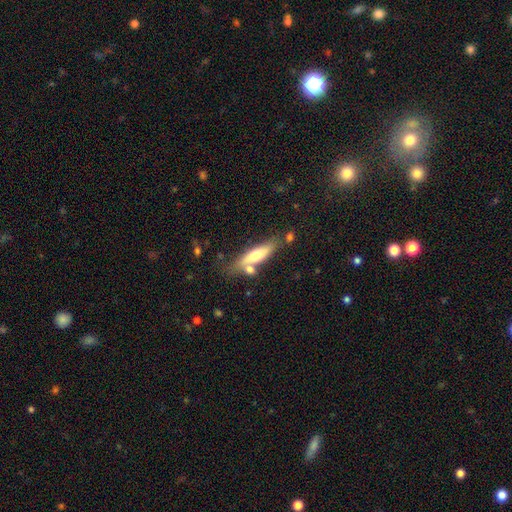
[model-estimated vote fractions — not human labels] A smooth galaxy with no disk features (57%) that is cigar-shaped (65%).

Vote fractions:
- Smooth or featured? smooth: 57% / featured or disk: 37% / star or artifact: 6%
- How rounded? cigar-shaped: 65% / in between: 33% / round: 2%
- Merging? none: 62% / merger: 17% / minor disturbance: 16% / major disturbance: 5%